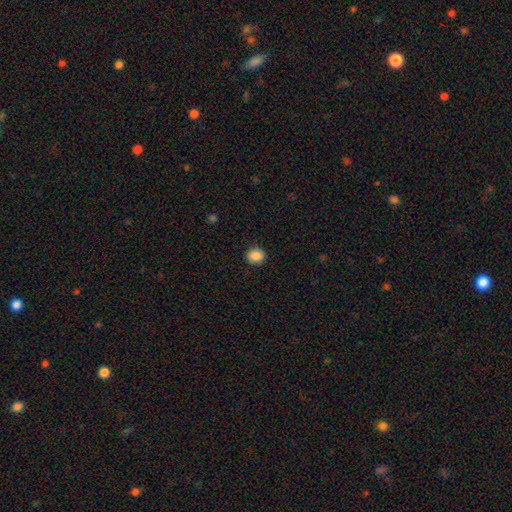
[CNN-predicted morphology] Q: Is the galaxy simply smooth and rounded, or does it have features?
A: smooth — 88%.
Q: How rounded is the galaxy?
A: round — 75%.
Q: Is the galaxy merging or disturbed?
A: none — 90%.